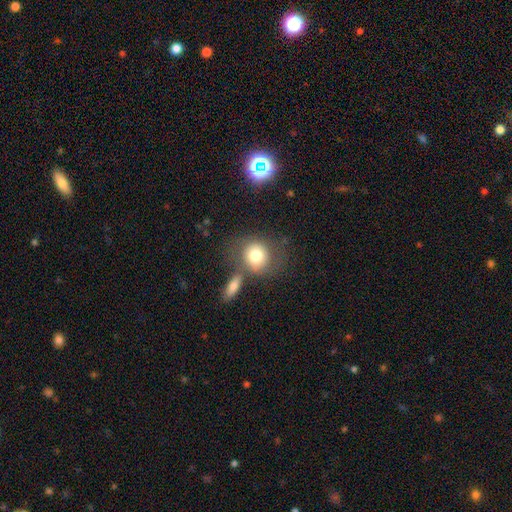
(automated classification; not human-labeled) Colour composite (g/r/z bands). It shows a smooth galaxy with no disk features (77%) that is round (75%). Merging: none (54%).